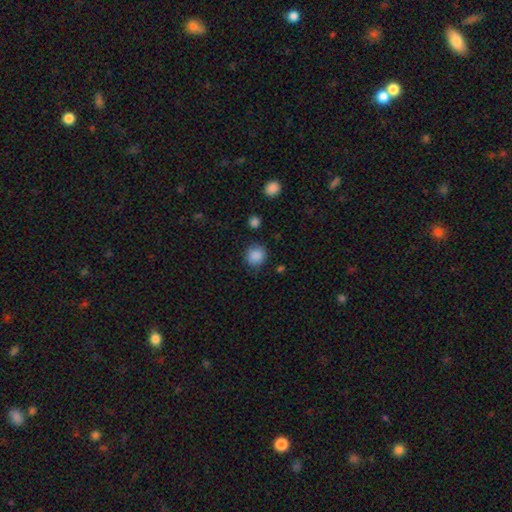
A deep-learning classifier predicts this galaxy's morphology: smooth 87%, star or artifact 9%, featured or disk 3%. Down the decision tree: how rounded — round (90%); merging — none (86%).